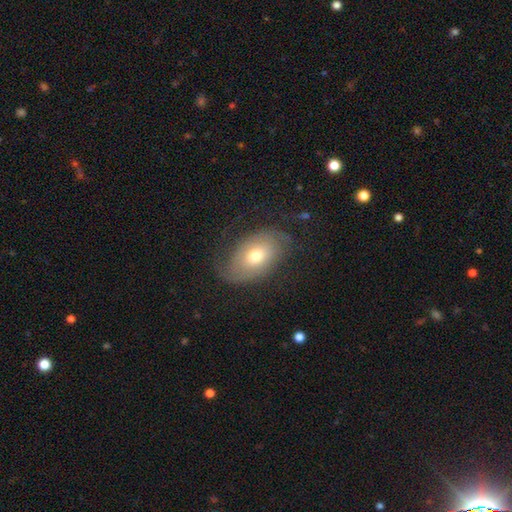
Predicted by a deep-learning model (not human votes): This appears to be a featured or disk galaxy (53%). Merging: none (64%).